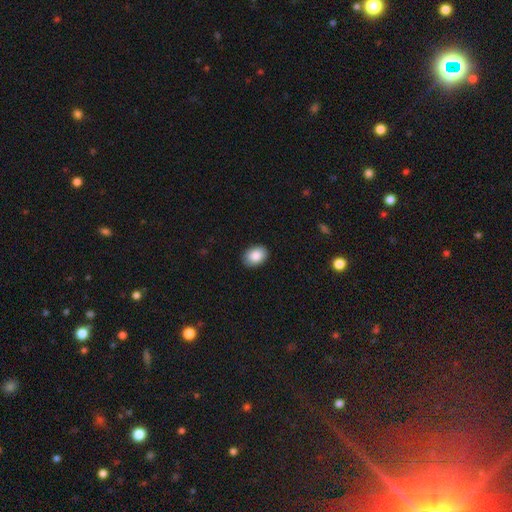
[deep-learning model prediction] Smooth or featured: smooth — 88% (star or artifact — 7%)
How rounded: in between — 77% (round — 22%)
Merging: none — 89% (minor disturbance — 9%)